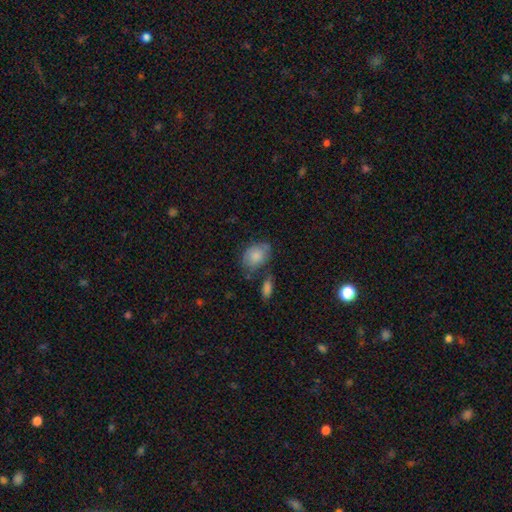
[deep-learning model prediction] Morphology: type=smooth (81%); roundness=in between (80%); merging=none (54%).